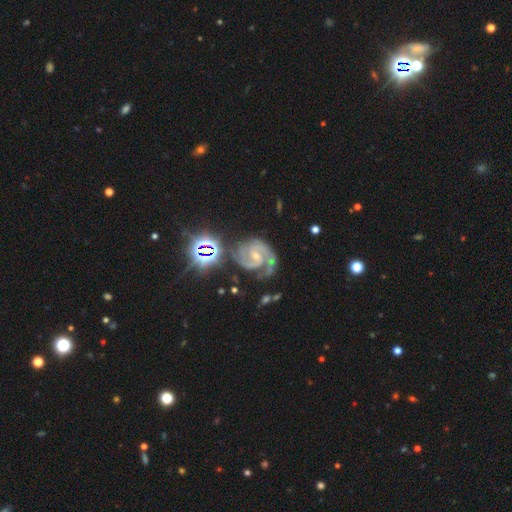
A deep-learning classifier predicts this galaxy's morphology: featured or disk 90%, star or artifact 7%, smooth 3%. Down the decision tree: edge-on disk — no (98%); bar — weak (47%); spiral arms — yes (99%); spiral arm count — 2 (82%); spiral winding — medium (49%); bulge size — small (64%); merging — none (61%).